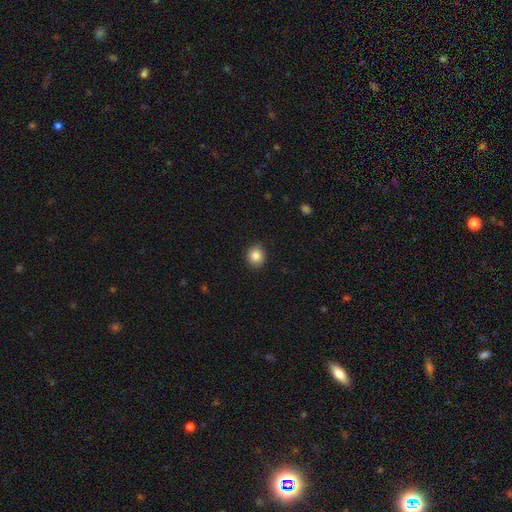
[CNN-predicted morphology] A smooth galaxy with no disk features (86%) that is round (82%).

Vote fractions:
- Smooth or featured? smooth: 86% / star or artifact: 9% / featured or disk: 4%
- How rounded? round: 82% / in between: 17% / cigar-shaped: 1%
- Merging? none: 90% / minor disturbance: 7% / major disturbance: 2% / merger: 1%